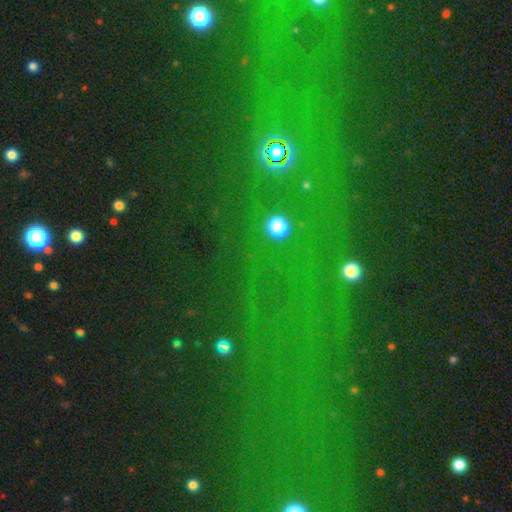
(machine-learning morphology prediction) Smooth or featured?
  - star or artifact: 76% *
  - smooth: 15%
  - featured or disk: 9%